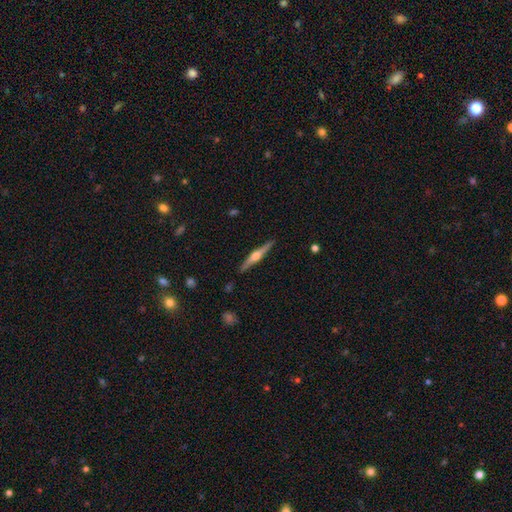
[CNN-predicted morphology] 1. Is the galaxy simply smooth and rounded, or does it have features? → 70% featured or disk, 25% smooth, 6% star or artifact.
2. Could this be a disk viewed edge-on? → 98% yes, 2% no.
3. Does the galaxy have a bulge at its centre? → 91% rounded, 5% boxy, 4% none.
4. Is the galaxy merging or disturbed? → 89% none, 8% minor disturbance, 2% major disturbance, 1% merger.